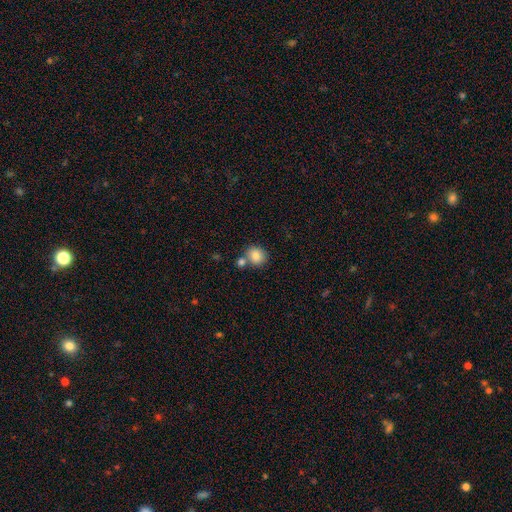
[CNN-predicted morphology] smooth 84%, star or artifact 9%, featured or disk 7%. Down the decision tree: how rounded — round (81%); merging — none (62%).